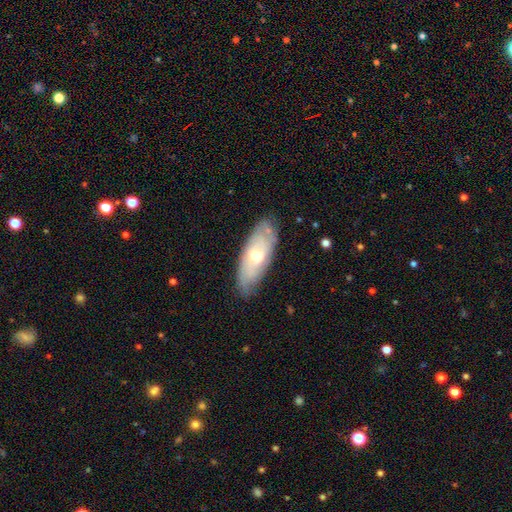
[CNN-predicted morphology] Smooth or featured: featured or disk — 49% (smooth — 45%)
Merging: none — 74% (minor disturbance — 19%)